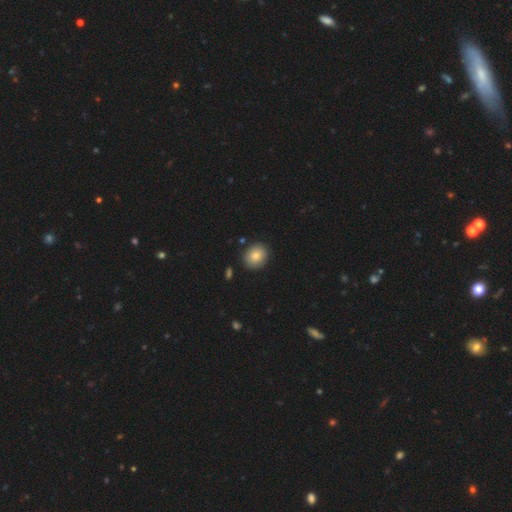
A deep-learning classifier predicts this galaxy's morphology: smooth-or-featured: smooth: 83% | featured or disk: 9% | star or artifact: 9%
  how-rounded: round: 65% | in between: 34% | cigar-shaped: 1%
  merging: none: 87% | minor disturbance: 9% | major disturbance: 2% | merger: 2%